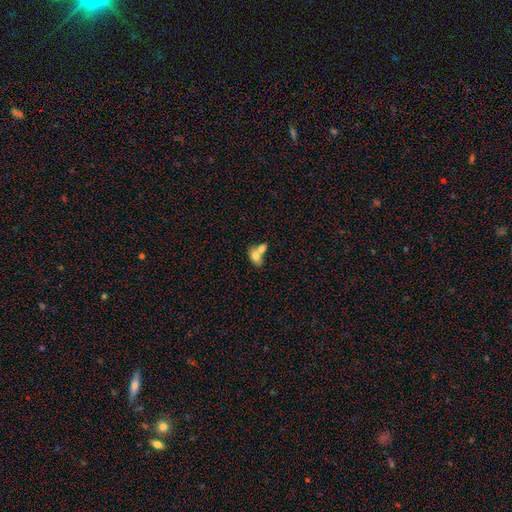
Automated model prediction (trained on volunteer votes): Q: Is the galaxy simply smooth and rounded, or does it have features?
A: smooth — 72%.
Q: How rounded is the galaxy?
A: in between — 80%.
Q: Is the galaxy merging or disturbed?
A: merger — 67%.